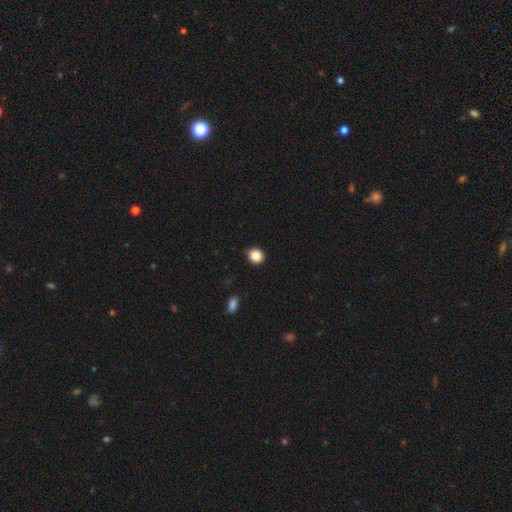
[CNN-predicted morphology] A smooth galaxy with no disk features (85%) that is round (86%). Merging: none (85%).